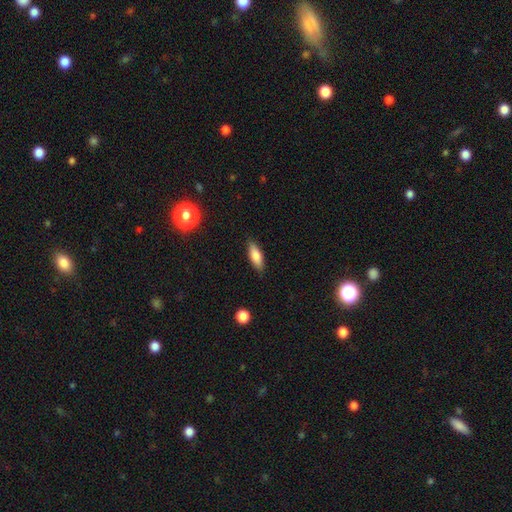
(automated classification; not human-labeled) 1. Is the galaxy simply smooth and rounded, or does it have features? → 76% smooth, 17% featured or disk, 7% star or artifact.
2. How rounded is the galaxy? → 59% in between, 39% cigar-shaped, 2% round.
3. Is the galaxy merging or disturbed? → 86% none, 10% minor disturbance, 2% major disturbance, 1% merger.